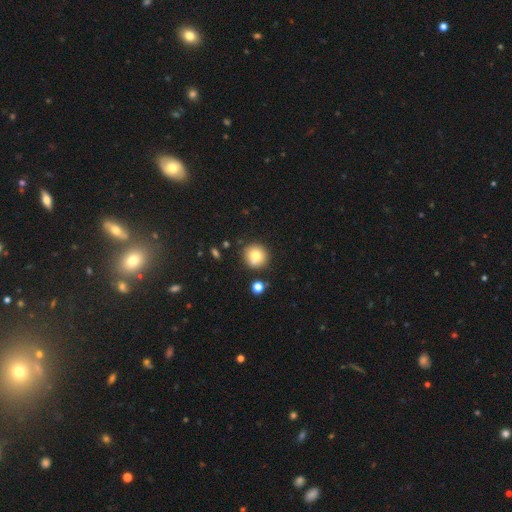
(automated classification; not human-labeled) This is likely a smooth galaxy (76%). How rounded: clearly round (92%). Merging: likely none (77%).